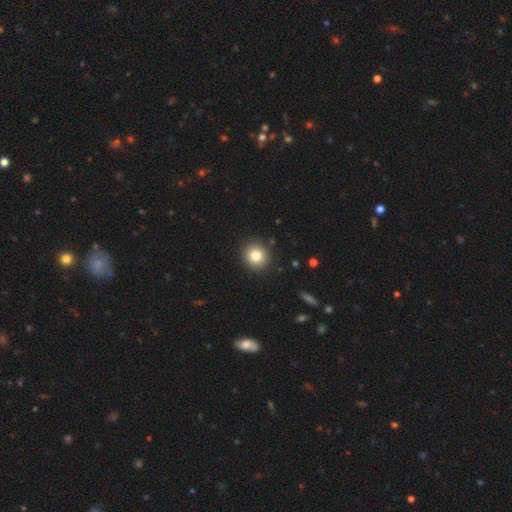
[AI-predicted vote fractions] Smooth or featured? Predicted: smooth (p=0.81). How rounded? Predicted: round (p=0.88). Merging? Predicted: none (p=0.91).